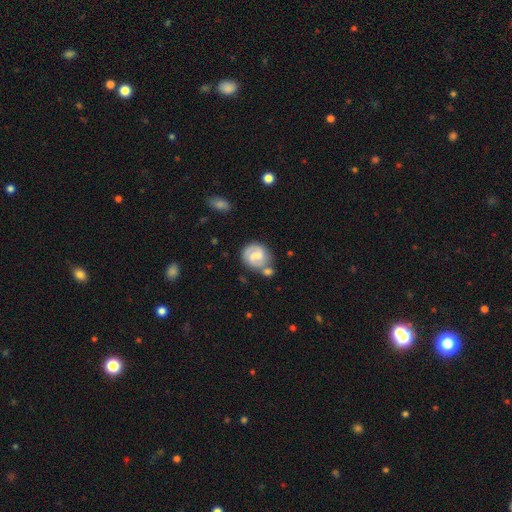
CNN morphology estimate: A featured or disk galaxy (64%) with a weak bar (55%), 2 (75%) tight (45%) spiral arms (87%) and a moderate central bulge (47%).

Vote fractions:
- Smooth or featured? featured or disk: 64% / smooth: 30% / star or artifact: 6%
- Edge-on disk? no: 97% / yes: 3%
- Bar? weak: 55% / no: 26% / strong: 19%
- Spiral arms? yes: 87% / no: 13%
- Spiral winding? tight: 45% / medium: 41% / loose: 14%
- Spiral arm count? 2: 75% / can't tell: 11% / 1: 10% / 3: 2% / 4: 1% / more than 4: 1%
- Bulge size? moderate: 47% / small: 31% / none: 11% / large: 9% / dominant: 2%
- Merging? none: 57% / merger: 19% / minor disturbance: 17% / major disturbance: 7%